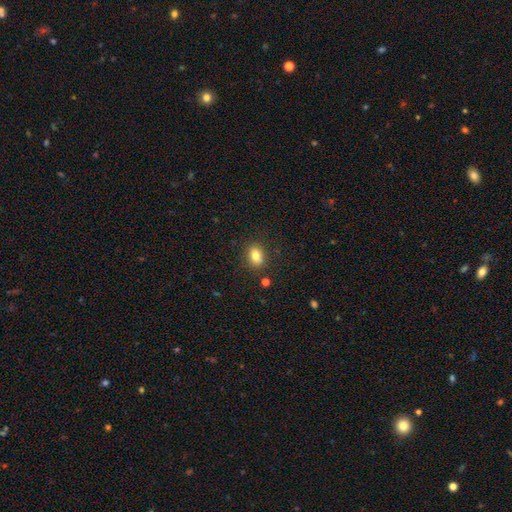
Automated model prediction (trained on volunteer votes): This appears to be a smooth galaxy with no disk features (81%) that is in between round and cigar-shaped (66%). Merging: none (84%).